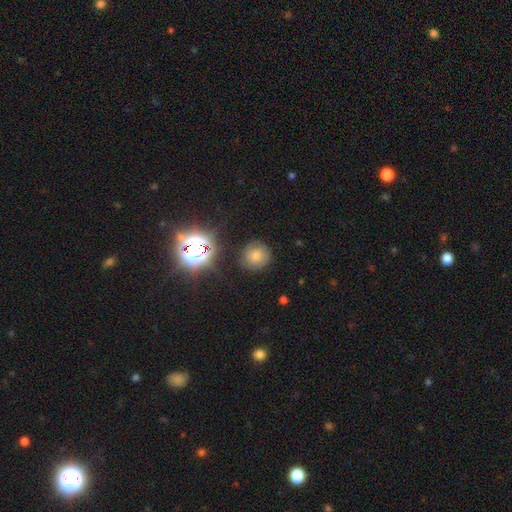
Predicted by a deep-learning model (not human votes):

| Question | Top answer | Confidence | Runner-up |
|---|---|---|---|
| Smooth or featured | smooth | 55% | star or artifact (30%) |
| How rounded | round | 92% | in between (7%) |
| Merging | none | 85% | minor disturbance (10%) |